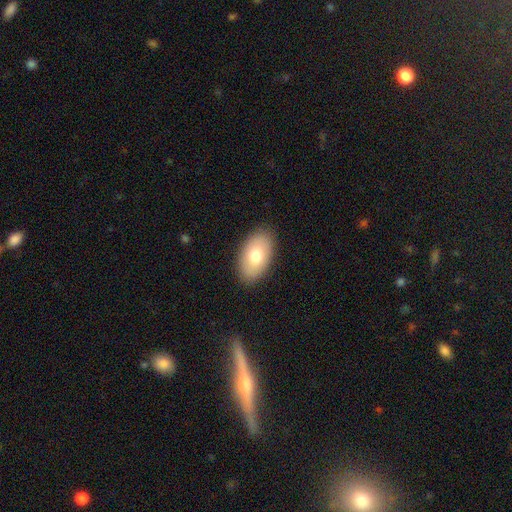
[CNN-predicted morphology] The model was most divided on "smooth or featured": smooth: 75%, featured or disk: 18%, star or artifact: 7%. More confident: how rounded — in between (94%); merging — none (87%).